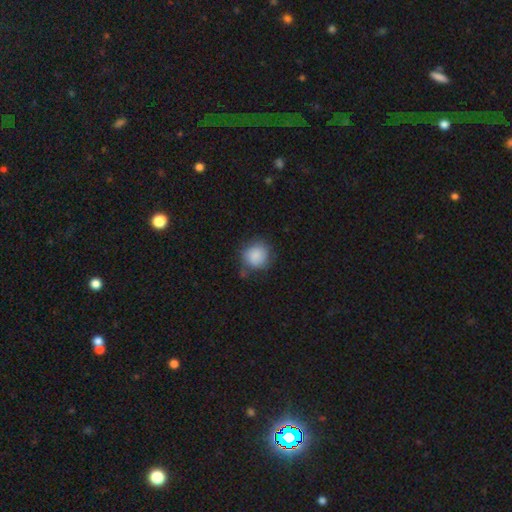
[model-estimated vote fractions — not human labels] Overall: smooth (86%). How rounded: round (87%). Merging: none (71%).